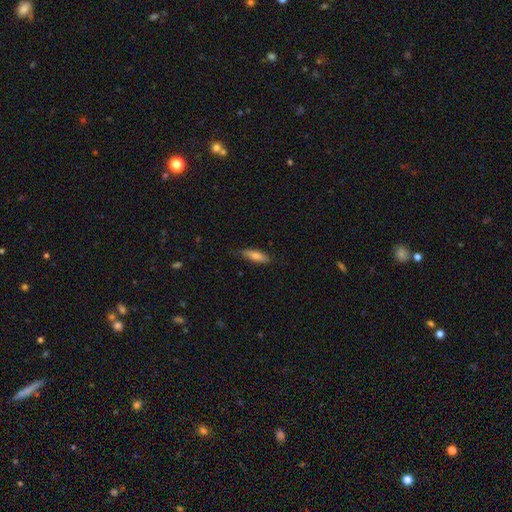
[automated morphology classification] A smooth galaxy with no disk features (70%) that is cigar-shaped (55%).

Vote fractions:
- Smooth or featured? smooth: 70% / featured or disk: 24% / star or artifact: 6%
- How rounded? cigar-shaped: 55% / in between: 42% / round: 2%
- Merging? none: 75% / minor disturbance: 21% / major disturbance: 3% / merger: 1%